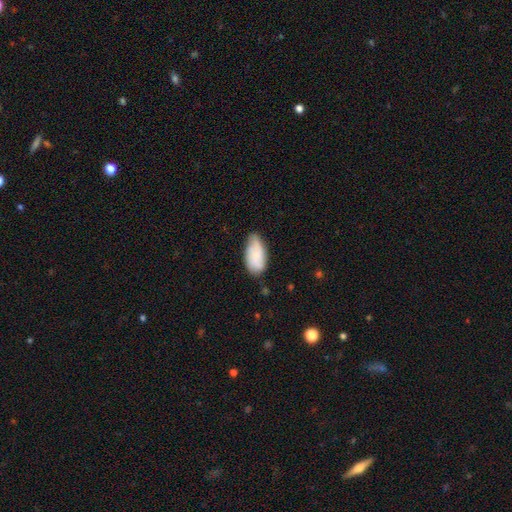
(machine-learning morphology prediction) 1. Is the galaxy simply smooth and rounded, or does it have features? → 66% smooth, 27% featured or disk, 7% star or artifact.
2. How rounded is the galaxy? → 93% in between, 4% cigar-shaped, 3% round.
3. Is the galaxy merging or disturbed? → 60% none, 31% minor disturbance, 7% major disturbance, 2% merger.